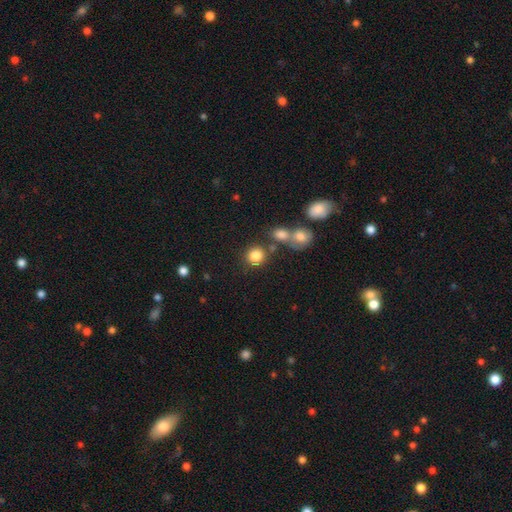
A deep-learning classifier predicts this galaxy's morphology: Smooth or featured? Predicted: smooth (p=0.83). How rounded? Predicted: round (p=0.87). Merging? Predicted: none (p=0.72).